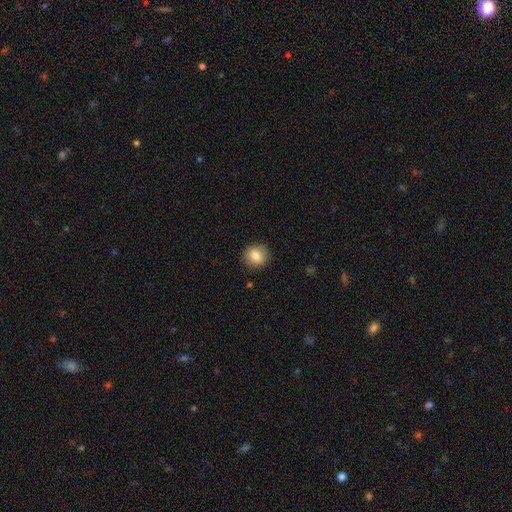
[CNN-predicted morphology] Smooth or featured? Predicted: smooth (p=0.84). How rounded? Predicted: round (p=0.89). Merging? Predicted: none (p=0.90).